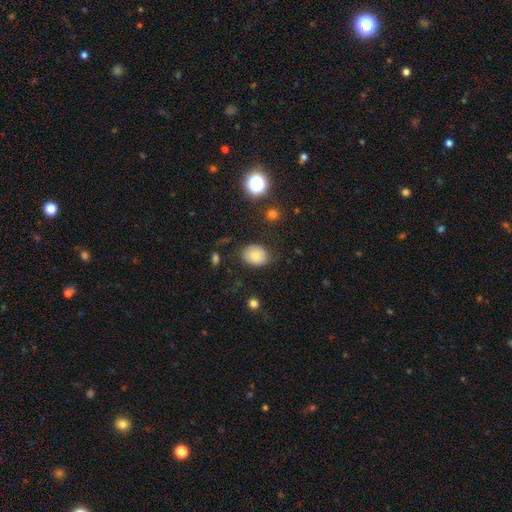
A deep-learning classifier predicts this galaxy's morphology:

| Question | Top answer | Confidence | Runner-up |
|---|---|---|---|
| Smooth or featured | smooth | 76% | featured or disk (13%) |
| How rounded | in between | 61% | round (38%) |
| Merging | none | 76% | minor disturbance (17%) |